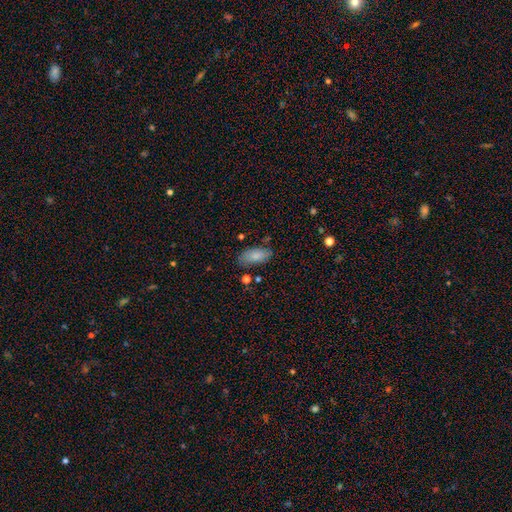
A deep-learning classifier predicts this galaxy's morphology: Smooth or featured? Predicted: smooth (p=0.83). How rounded? Predicted: in between (p=0.91). Merging? Predicted: none (p=0.75).